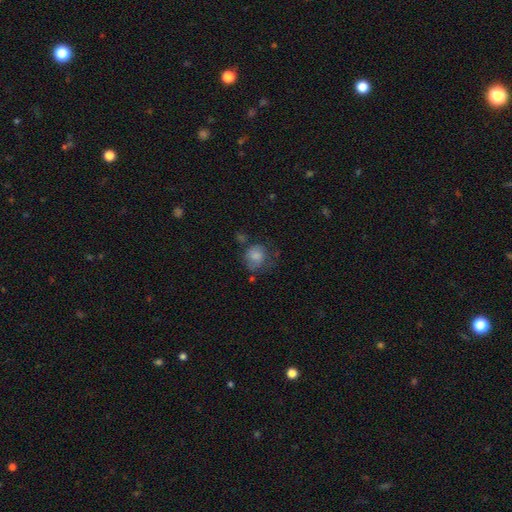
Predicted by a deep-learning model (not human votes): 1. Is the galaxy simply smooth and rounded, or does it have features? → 75% smooth, 15% featured or disk, 9% star or artifact.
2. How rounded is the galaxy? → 71% round, 28% in between, 1% cigar-shaped.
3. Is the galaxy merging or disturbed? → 46% none, 28% minor disturbance, 19% major disturbance, 7% merger.